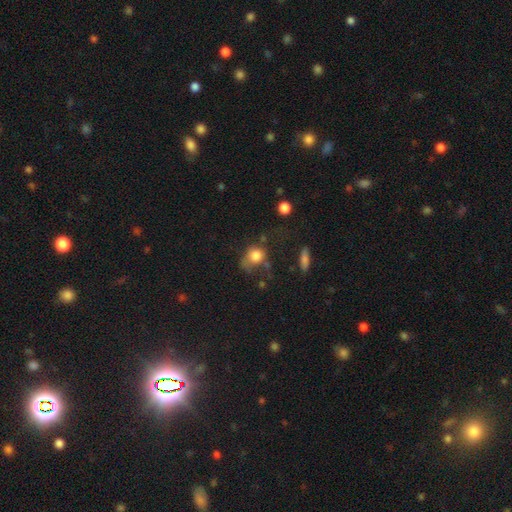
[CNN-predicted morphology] Smooth or featured? smooth (76%)
How rounded? round (63%)
Merging? none (35%)